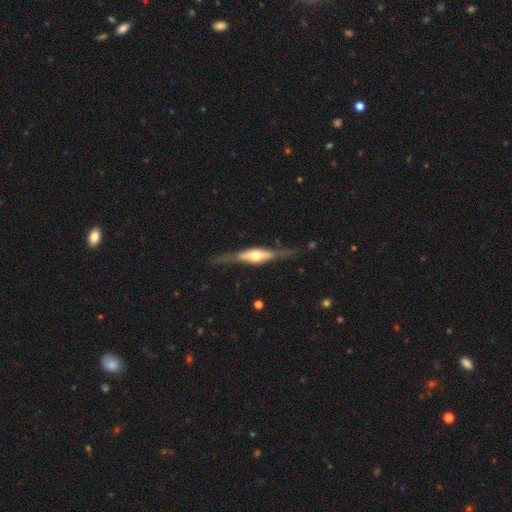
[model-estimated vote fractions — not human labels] smooth-or-featured: featured or disk: 75% | smooth: 20% | star or artifact: 5%
  disk-edge-on: yes: 93% | no: 7%
    edge-on-bulge: rounded: 85% | boxy: 12% | none: 3%
  merging: none: 76% | minor disturbance: 16% | major disturbance: 6% | merger: 2%